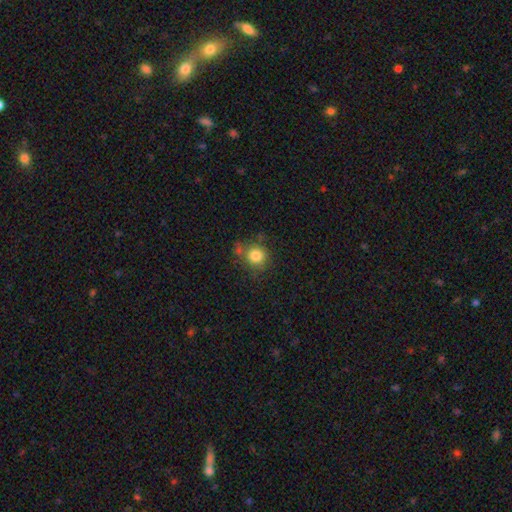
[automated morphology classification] Smooth or featured: smooth — 82% (star or artifact — 11%)
How rounded: round — 88% (in between — 11%)
Merging: none — 66% (minor disturbance — 19%)